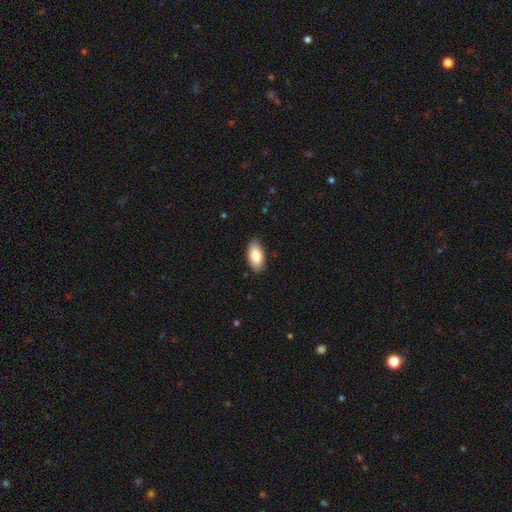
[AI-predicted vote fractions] Smooth or featured? Predicted: smooth (p=0.82). How rounded? Predicted: in between (p=0.94). Merging? Predicted: none (p=0.87).